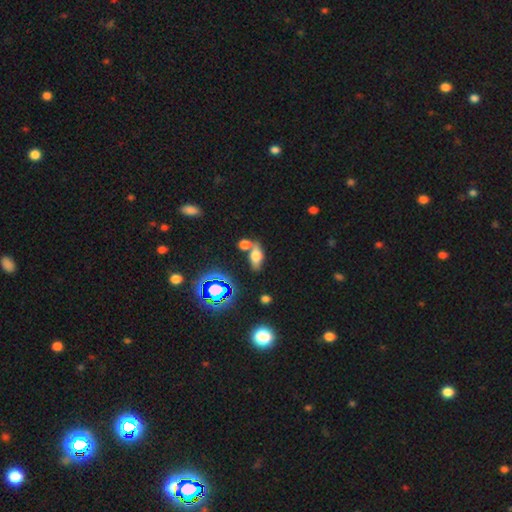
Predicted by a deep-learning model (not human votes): Smooth or featured? Predicted: smooth (p=0.58). How rounded? Predicted: in between (p=0.79). Merging? Predicted: none (p=0.47).